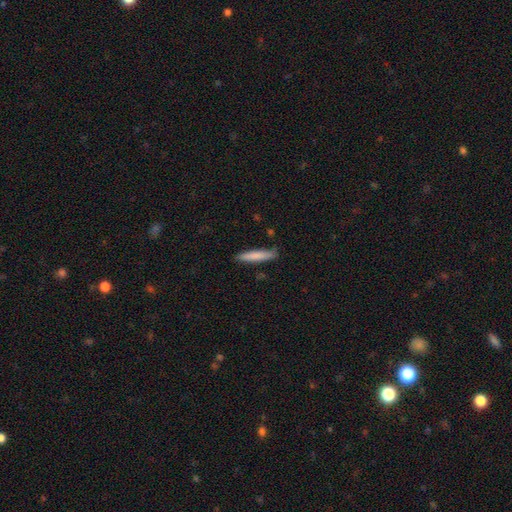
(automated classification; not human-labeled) Smooth or featured? Predicted: smooth (p=0.79). How rounded? Predicted: cigar-shaped (p=0.90). Merging? Predicted: none (p=0.83).